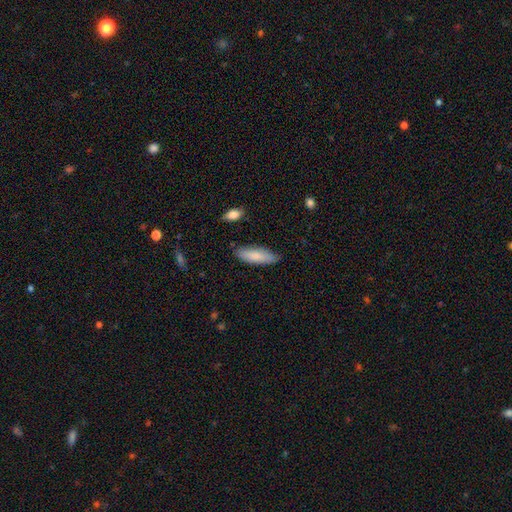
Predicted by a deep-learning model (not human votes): Q: Smooth or featured?
A: smooth (83%); runner-up: featured or disk (11%)
Q: How rounded?
A: in between (50%); runner-up: cigar-shaped (48%)
Q: Merging?
A: none (82%); runner-up: minor disturbance (13%)